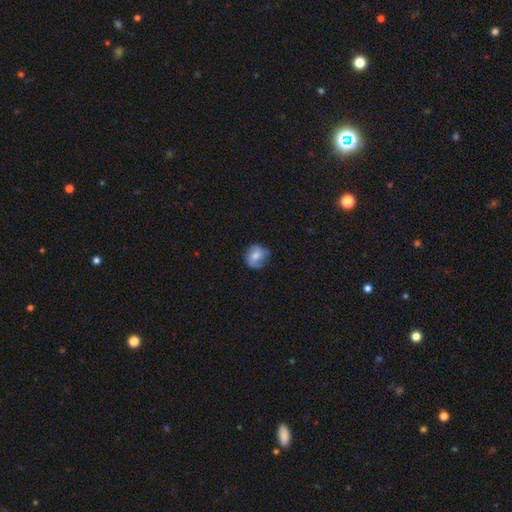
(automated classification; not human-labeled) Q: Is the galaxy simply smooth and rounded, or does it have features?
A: smooth — 55%.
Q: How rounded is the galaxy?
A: round — 77%.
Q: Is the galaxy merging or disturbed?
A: none — 66%.